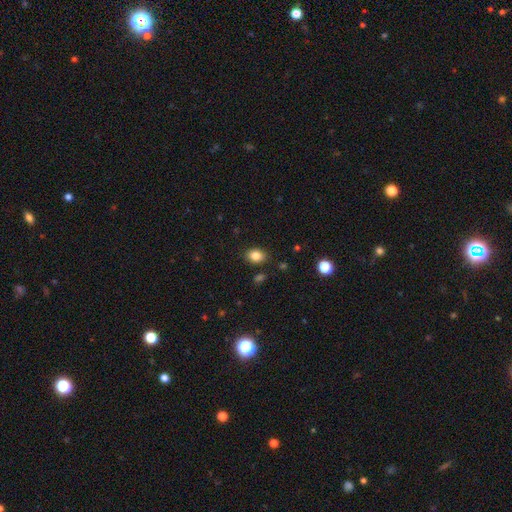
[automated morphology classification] Smooth or featured? smooth (84%)
How rounded? in between (66%)
Merging? none (85%)